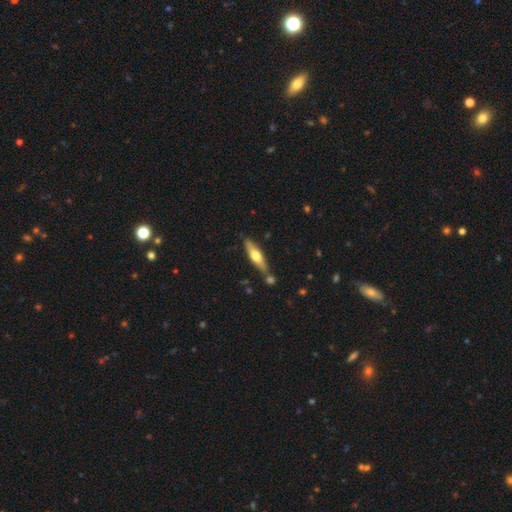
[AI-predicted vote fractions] Smooth or featured? featured or disk (50%)
Merging? none (73%)